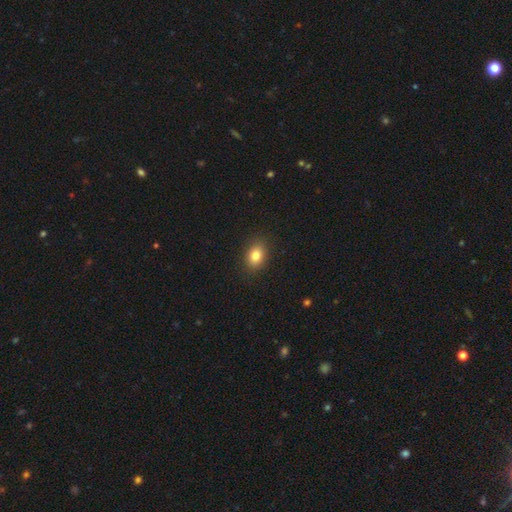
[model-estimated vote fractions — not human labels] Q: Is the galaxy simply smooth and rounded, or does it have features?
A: smooth — 82%.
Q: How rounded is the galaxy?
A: in between — 69%.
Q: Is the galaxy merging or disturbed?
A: none — 88%.